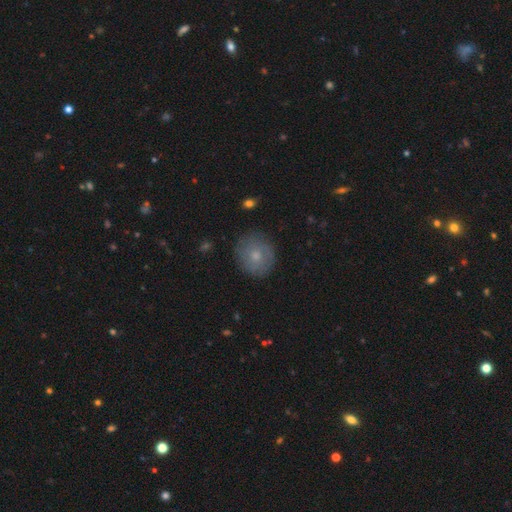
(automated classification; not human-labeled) Overall: smooth (60%; featured or disk 32%). How rounded: round (83%). Merging: none (82%).